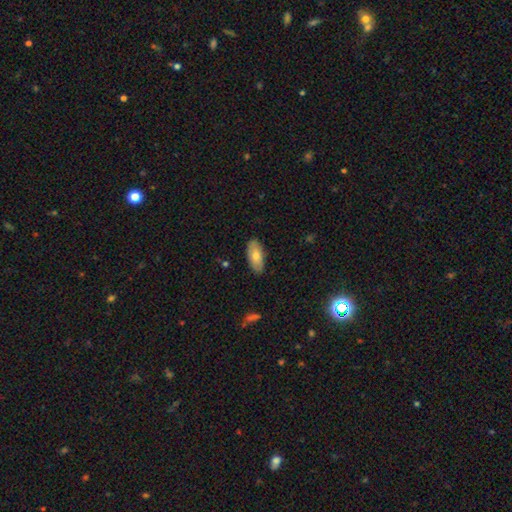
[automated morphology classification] A smooth galaxy with no disk features (69%) that is in between round and cigar-shaped (90%).

Vote fractions:
- Smooth or featured? smooth: 69% / featured or disk: 24% / star or artifact: 7%
- How rounded? in between: 90% / cigar-shaped: 7% / round: 3%
- Merging? none: 85% / minor disturbance: 12% / major disturbance: 2% / merger: 1%